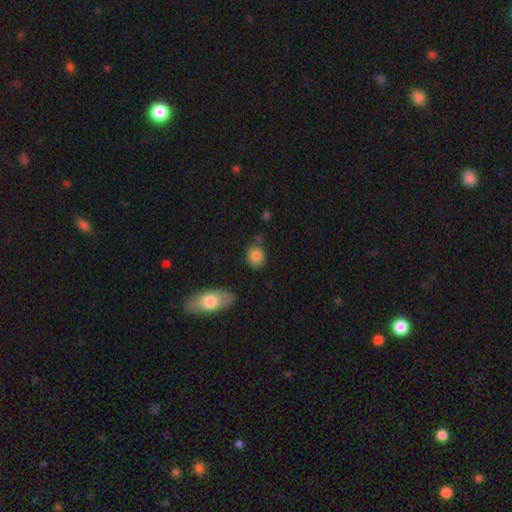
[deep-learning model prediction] smooth-or-featured: smooth: 84% | star or artifact: 9% | featured or disk: 7%
  how-rounded: round: 60% | in between: 38% | cigar-shaped: 2%
  merging: none: 67% | minor disturbance: 20% | merger: 7% | major disturbance: 5%